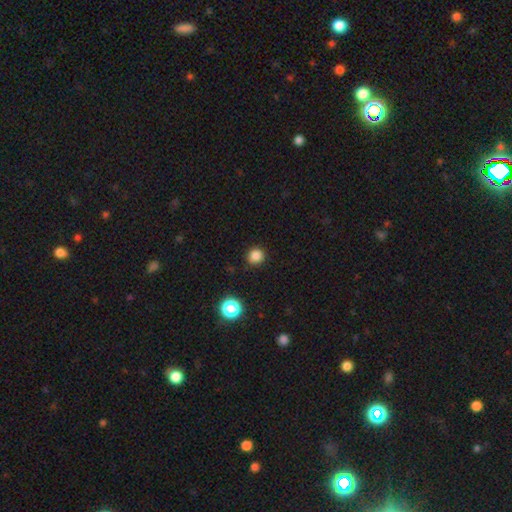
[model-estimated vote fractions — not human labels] This appears to be a smooth galaxy with no disk features (84%) that is round (93%). Merging: none (90%).